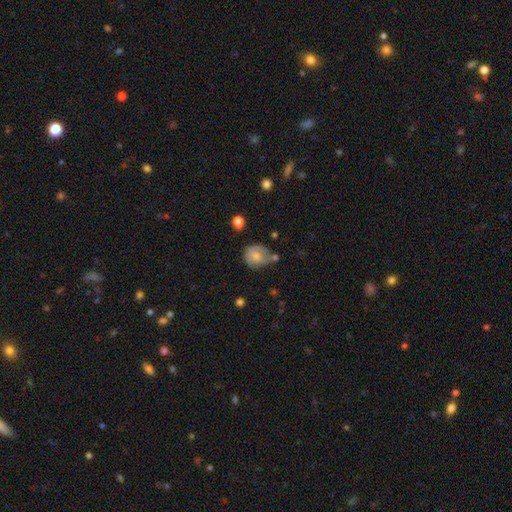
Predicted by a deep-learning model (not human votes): Overall: smooth (63%; featured or disk 28%). How rounded: round (59%; in between 40%). Merging: none (47%; minor disturbance 32%).